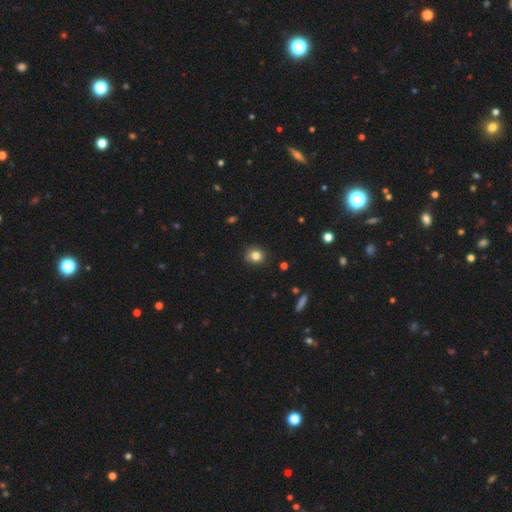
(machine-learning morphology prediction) type=smooth (80%); roundness=round (80%); merging=none (81%).